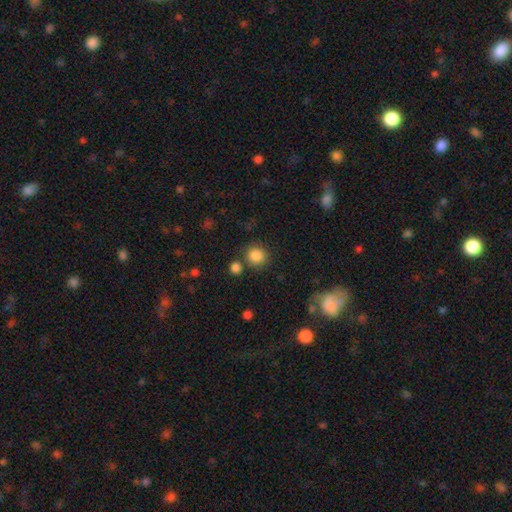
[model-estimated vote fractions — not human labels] A smooth galaxy with no disk features (85%) that is round (90%). Merging: none (78%).